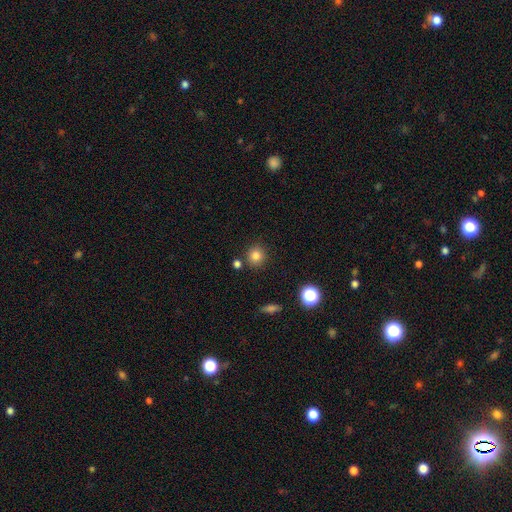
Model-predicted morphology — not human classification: type=smooth (82%); roundness=round (91%); merging=none (84%).